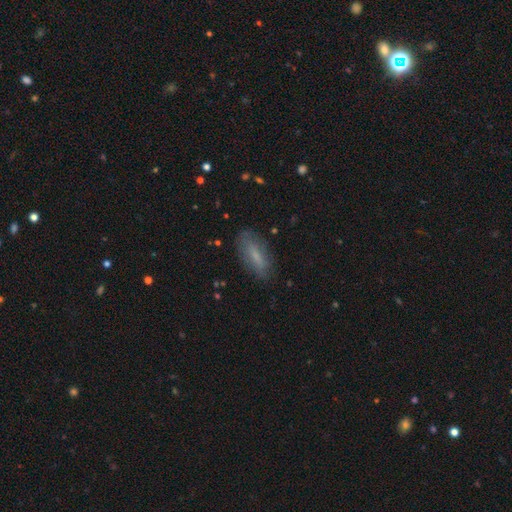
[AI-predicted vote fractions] This is likely a smooth galaxy (64%). How rounded: likely in between (65%). Merging: likely none (79%).